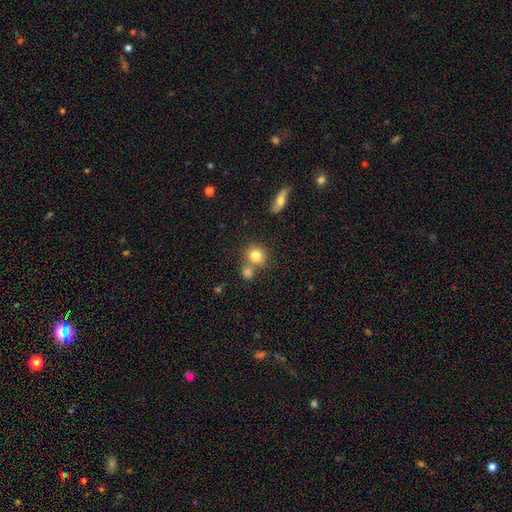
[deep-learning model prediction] Q: Smooth or featured?
A: smooth (81%); runner-up: star or artifact (10%)
Q: How rounded?
A: round (84%); runner-up: in between (15%)
Q: Merging?
A: none (59%); runner-up: merger (29%)